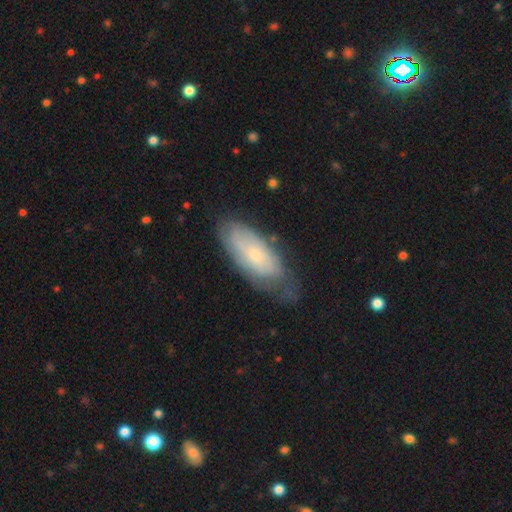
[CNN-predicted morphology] Overall: featured or disk (49%; smooth 44%). Merging: none (56%; minor disturbance 31%).